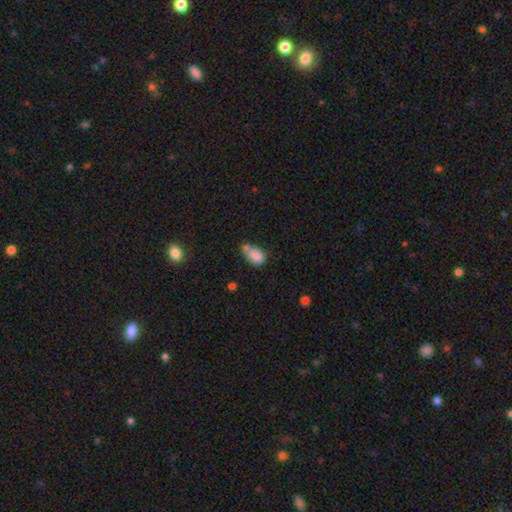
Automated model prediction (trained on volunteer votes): Morphology: type=smooth (80%); roundness=in between (83%); merging=merger (39%).